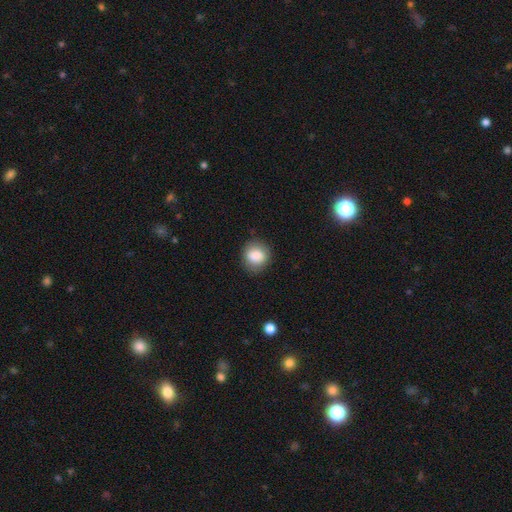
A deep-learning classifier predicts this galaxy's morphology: Q: Smooth or featured?
A: smooth (85%); runner-up: star or artifact (8%)
Q: How rounded?
A: round (75%); runner-up: in between (24%)
Q: Merging?
A: none (79%); runner-up: minor disturbance (16%)